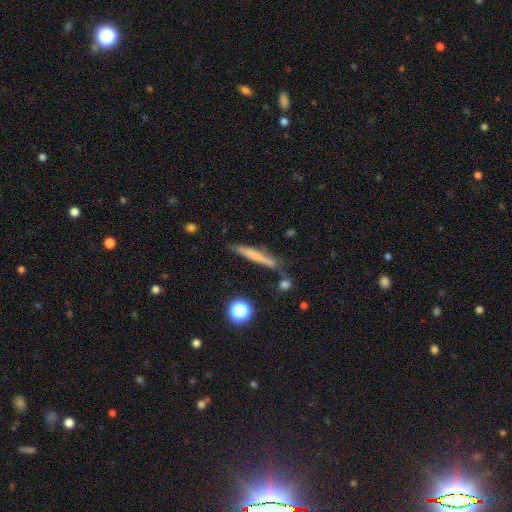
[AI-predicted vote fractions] Smooth or featured: smooth — 58% (featured or disk — 32%)
How rounded: cigar-shaped — 93% (in between — 4%)
Merging: none — 78% (minor disturbance — 13%)